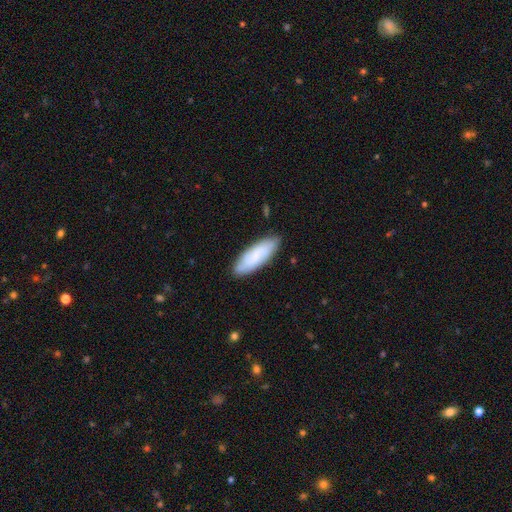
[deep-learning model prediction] The model was most divided on "how rounded": in between: 61%, cigar-shaped: 38%, round: 2%. More confident: merging — none (83%); smooth or featured — smooth (68%).